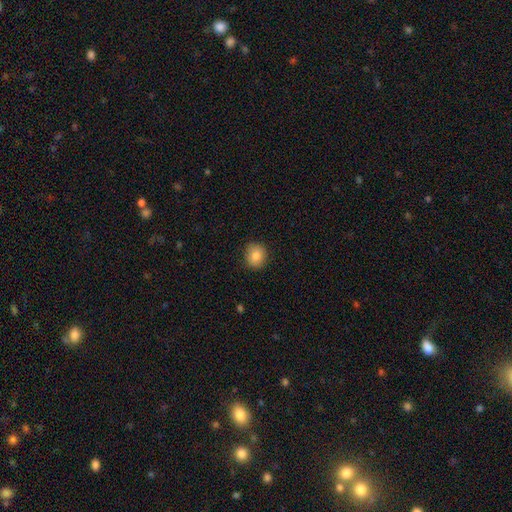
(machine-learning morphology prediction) The model was most divided on "how rounded": round: 79%, in between: 20%, cigar-shaped: 1%. More confident: merging — none (88%); smooth or featured — smooth (84%).